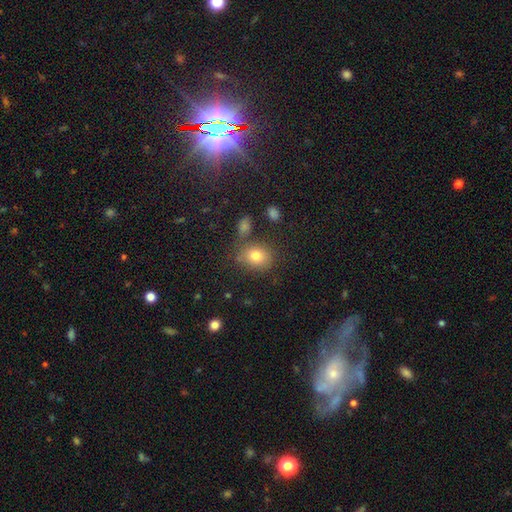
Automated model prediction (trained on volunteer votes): Smooth or featured? Predicted: smooth (p=0.78). How rounded? Predicted: round (p=0.59). Merging? Predicted: none (p=0.72).